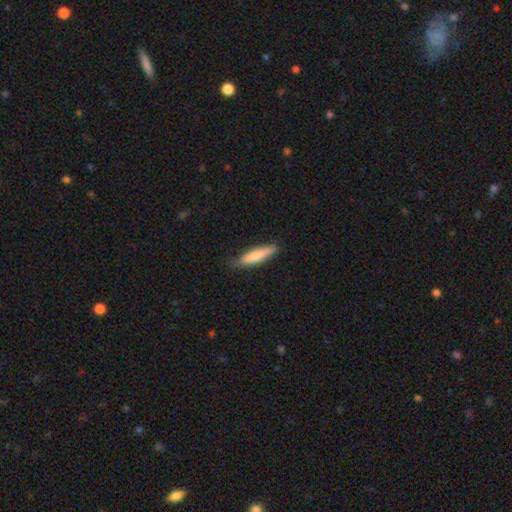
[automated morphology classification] Smooth or featured?
  - smooth: 78% *
  - featured or disk: 16%
  - star or artifact: 6%
How rounded?
  - cigar-shaped: 80% *
  - in between: 18%
  - round: 1%
Merging?
  - none: 79% *
  - minor disturbance: 17%
  - major disturbance: 3%
  - merger: 1%